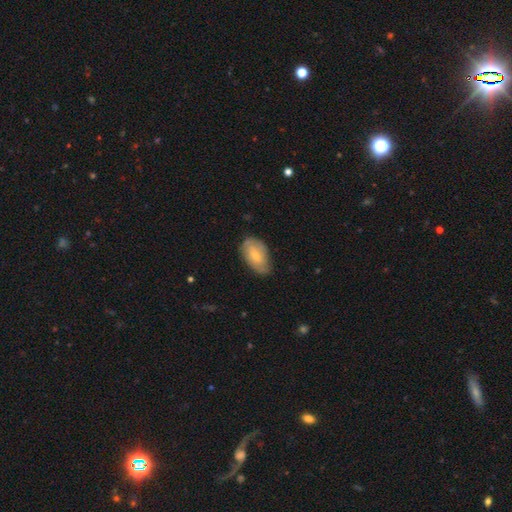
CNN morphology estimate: smooth 61%, featured or disk 33%, star or artifact 6%. Down the decision tree: how rounded — in between (92%); merging — none (69%).